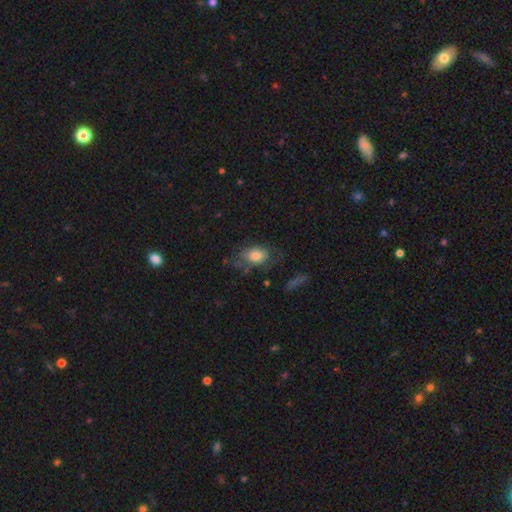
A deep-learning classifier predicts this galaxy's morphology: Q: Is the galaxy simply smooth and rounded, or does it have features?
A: smooth — 65%.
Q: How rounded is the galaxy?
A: in between — 84%.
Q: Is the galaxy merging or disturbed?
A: none — 48%.